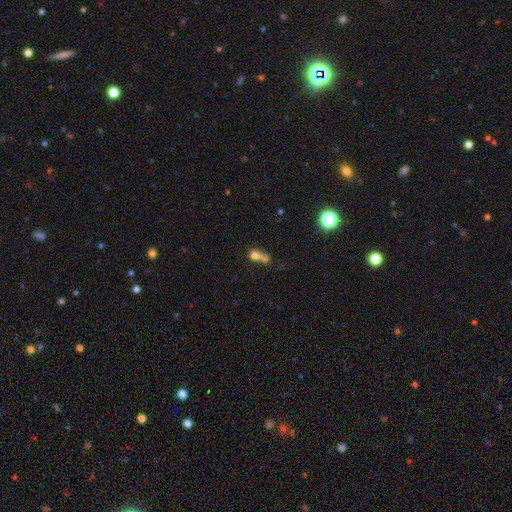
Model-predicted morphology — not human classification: Smooth or featured: smooth — 66% (featured or disk — 20%)
How rounded: in between — 46% (round — 44%)
Merging: merger — 57% (none — 22%)